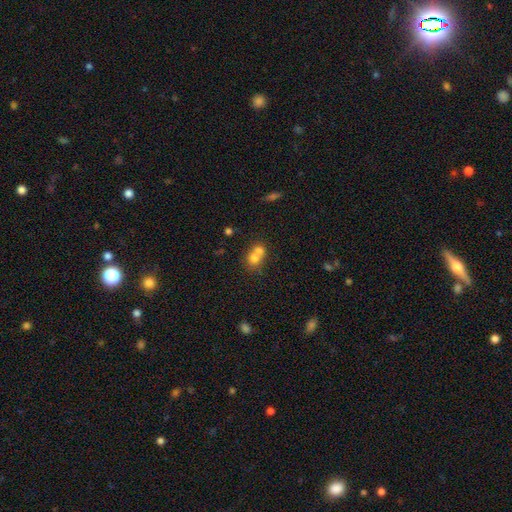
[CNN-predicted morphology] This is likely a smooth galaxy (70%). How rounded: likely round (67%). Merging: likely merger (67%).